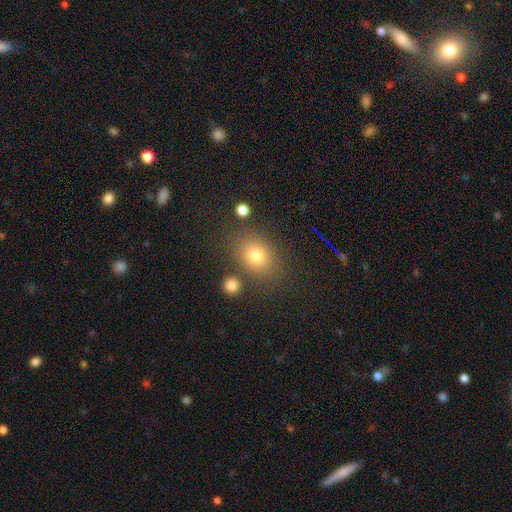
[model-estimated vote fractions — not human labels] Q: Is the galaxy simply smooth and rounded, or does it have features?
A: smooth — 78%.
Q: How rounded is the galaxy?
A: in between — 58%.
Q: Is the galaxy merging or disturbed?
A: none — 77%.